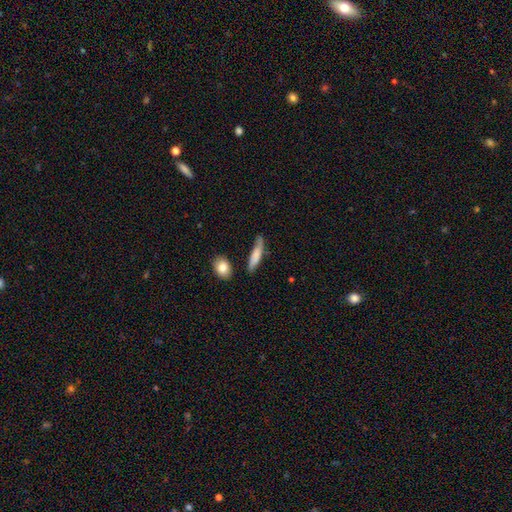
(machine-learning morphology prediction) smooth_or_featured: smooth (p=0.73) [alt: featured or disk p=0.21]
how_rounded: cigar-shaped (p=0.75) [alt: in between p=0.22]
merging: none (p=0.63) [alt: minor disturbance p=0.25]